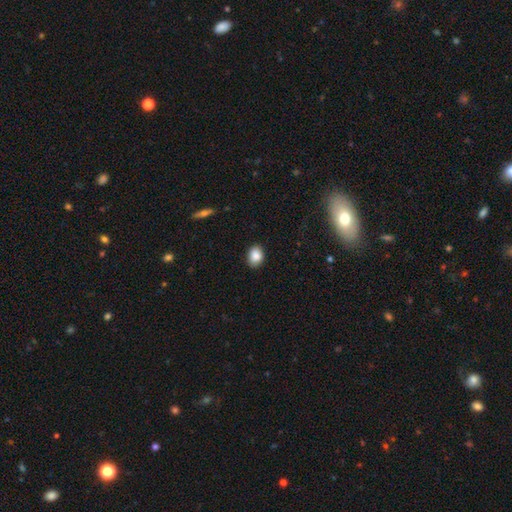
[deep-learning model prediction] smooth_or_featured: smooth (p=0.88) [alt: star or artifact p=0.08]
how_rounded: in between (p=0.69) [alt: round p=0.29]
merging: none (p=0.87) [alt: minor disturbance p=0.10]